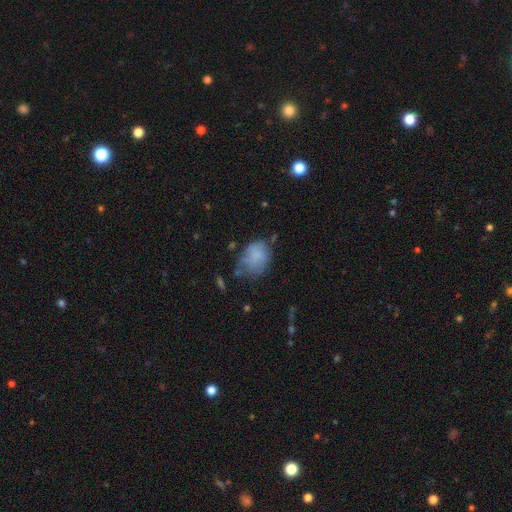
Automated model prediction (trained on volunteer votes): Smooth or featured? Predicted: smooth (p=0.70). How rounded? Predicted: in between (p=0.65). Merging? Predicted: none (p=0.44).